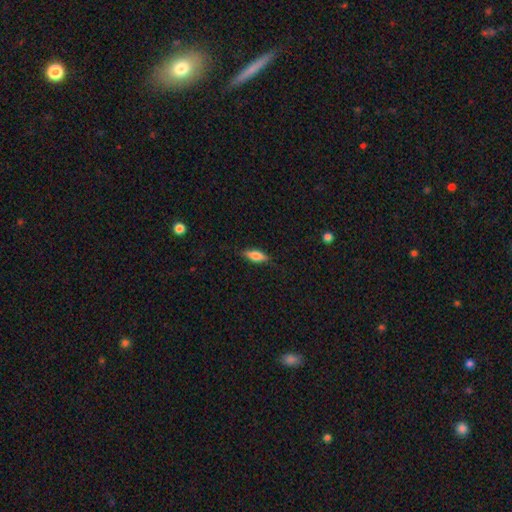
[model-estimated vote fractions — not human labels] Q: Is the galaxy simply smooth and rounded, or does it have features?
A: smooth — 62%.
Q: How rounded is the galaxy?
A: in between — 55%.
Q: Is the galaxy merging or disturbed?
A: none — 83%.